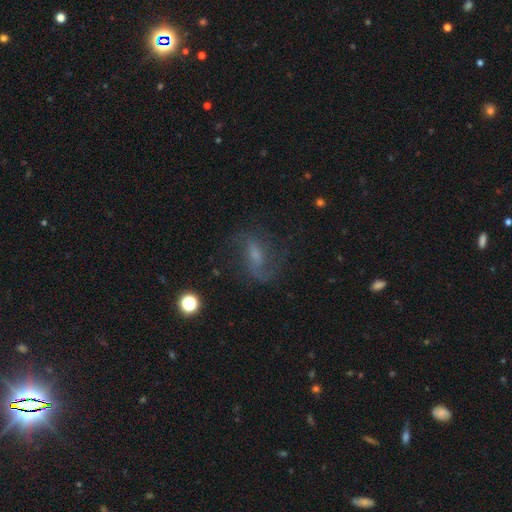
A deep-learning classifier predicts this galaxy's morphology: This is likely a featured or disk galaxy (66%). It is clearly not viewed edge-on (94%). Bar: possibly weak (48%). Spiral arm pattern: clearly yes (89%). Spiral arm count: likely 2 (74%). Spiral winding: possibly loose (48%). Central bulge: marginally small (37%). Merging: likely none (65%).